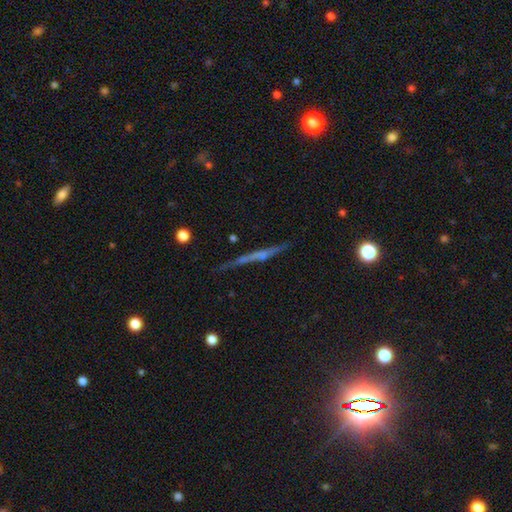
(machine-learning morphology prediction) This is likely a featured or disk galaxy (69%). It is clearly viewed edge-on (96%). Edge-on bulge: possibly rounded (47%). Merging: clearly none (84%).